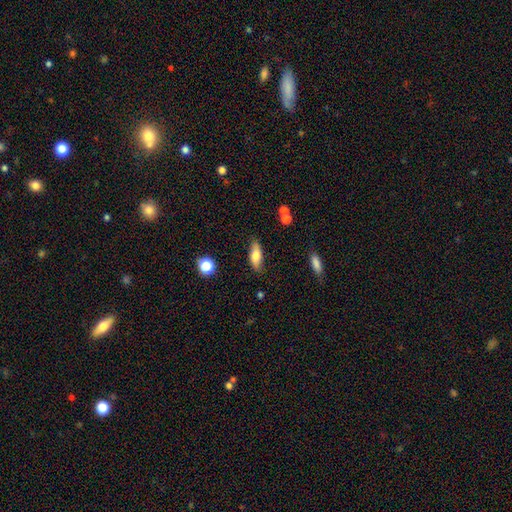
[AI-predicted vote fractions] Morphology: type=smooth (72%); roundness=in between (70%); merging=none (81%).